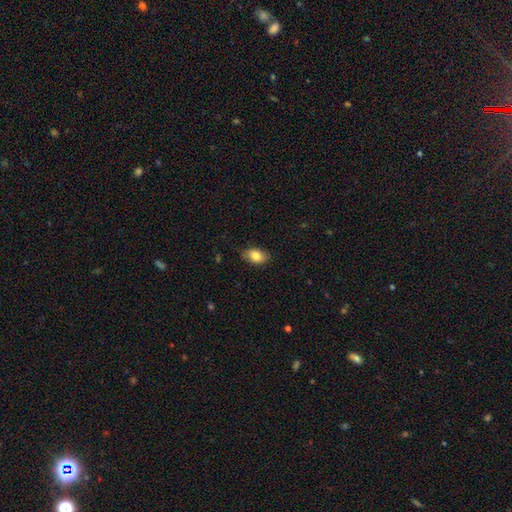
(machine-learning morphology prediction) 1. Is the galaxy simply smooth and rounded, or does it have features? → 84% smooth, 8% featured or disk, 8% star or artifact.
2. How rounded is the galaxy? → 85% in between, 14% round, 1% cigar-shaped.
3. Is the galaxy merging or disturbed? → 82% none, 14% minor disturbance, 3% major disturbance, 1% merger.